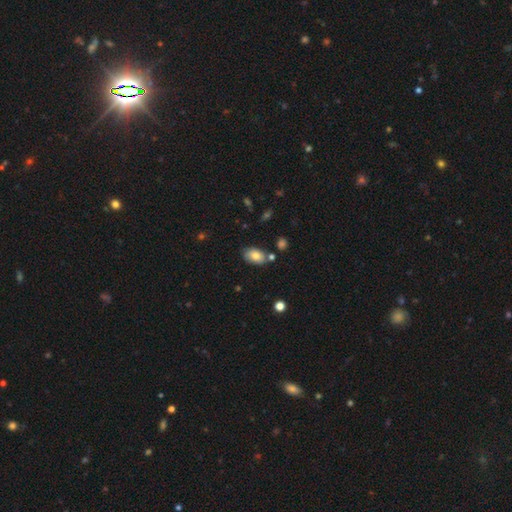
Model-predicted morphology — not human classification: Smooth or featured? smooth (80%)
How rounded? in between (90%)
Merging? none (74%)